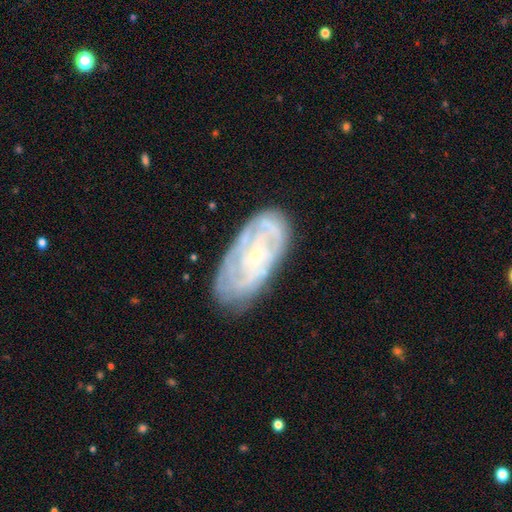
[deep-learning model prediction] smooth-or-featured: featured or disk: 76% | smooth: 18% | star or artifact: 6%
  disk-edge-on: no: 93% | yes: 7%
    bar: no: 69% | weak: 24% | strong: 7%
    has-spiral-arms: yes: 84% | no: 16%
      spiral-winding: tight: 70% | medium: 23% | loose: 7%
      spiral-arm-count: can't tell: 51% | 2: 19% | 3: 12% | 4: 8% | more than 4: 5% | 1: 5%
    bulge-size: small: 82% | moderate: 13% | none: 3% | large: 1% | dominant: 1%
  merging: none: 72% | minor disturbance: 21% | major disturbance: 6% | merger: 2%